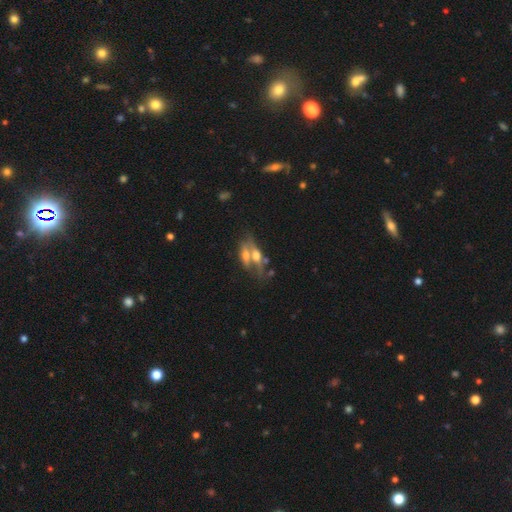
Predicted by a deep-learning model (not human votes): Smooth or featured? Predicted: featured or disk (p=0.50). Merging? Predicted: merger (p=0.59).